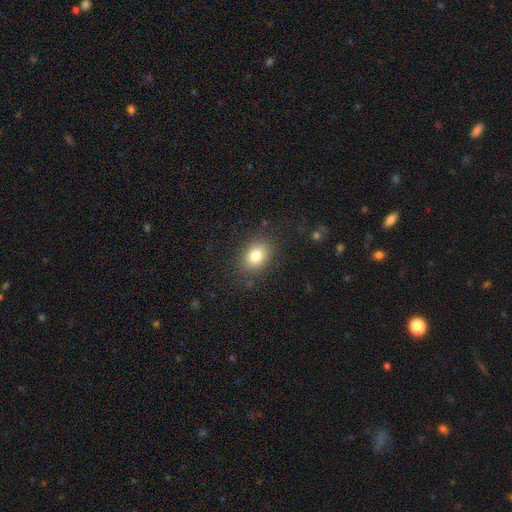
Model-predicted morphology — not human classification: Smooth or featured: smooth — 81% (star or artifact — 10%)
How rounded: in between — 67% (round — 32%)
Merging: none — 84% (minor disturbance — 11%)